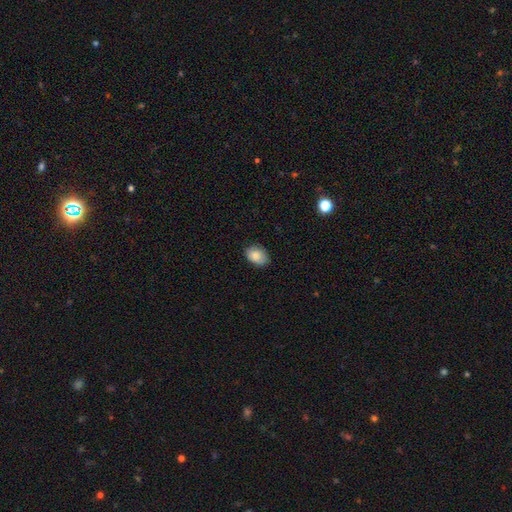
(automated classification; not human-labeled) This is clearly a smooth galaxy (84%). How rounded: likely in between (79%). Merging: clearly none (80%).